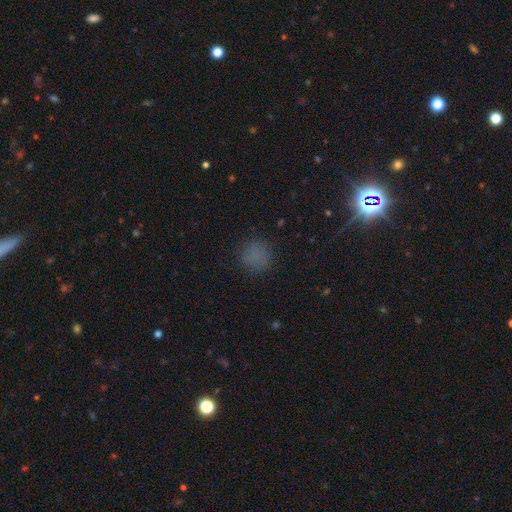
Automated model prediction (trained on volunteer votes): Smooth or featured: smooth — 74% (star or artifact — 19%)
How rounded: round — 89% (in between — 10%)
Merging: none — 82% (minor disturbance — 12%)